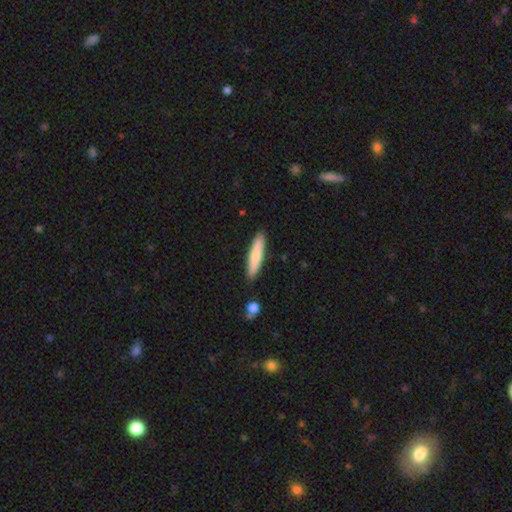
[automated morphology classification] A smooth galaxy with no disk features (69%) that is cigar-shaped (86%). Merging: none (88%).